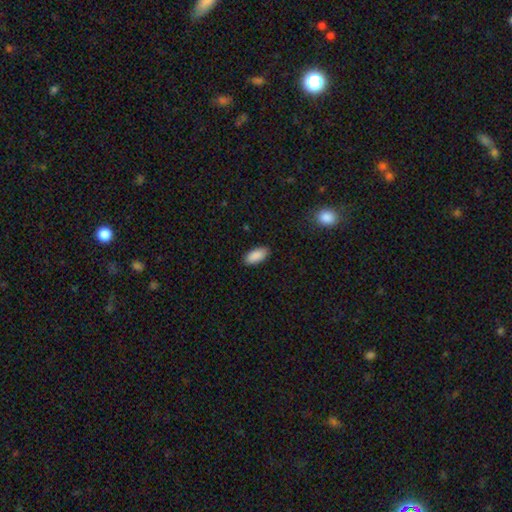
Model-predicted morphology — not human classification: smooth 90%, star or artifact 7%, featured or disk 3%. Down the decision tree: how rounded — in between (92%); merging — none (88%).